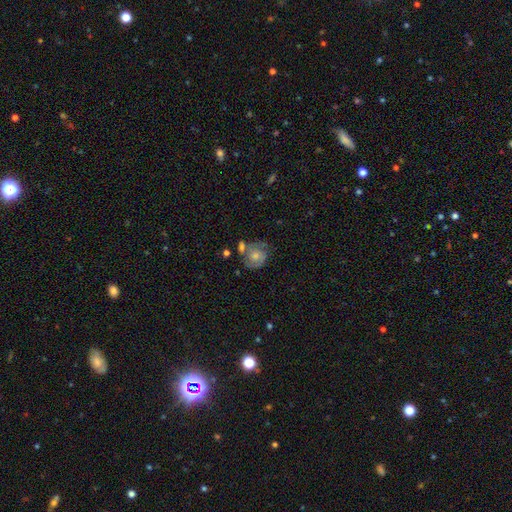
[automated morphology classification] smooth-or-featured: featured or disk: 58% | smooth: 34% | star or artifact: 8%
  disk-edge-on: no: 97% | yes: 3%
    bar: no: 74% | weak: 22% | strong: 4%
    has-spiral-arms: yes: 84% | no: 16%
    bulge-size: moderate: 50% | small: 40% | large: 4% | none: 4% | dominant: 1%
  merging: none: 53% | minor disturbance: 22% | merger: 15% | major disturbance: 10%